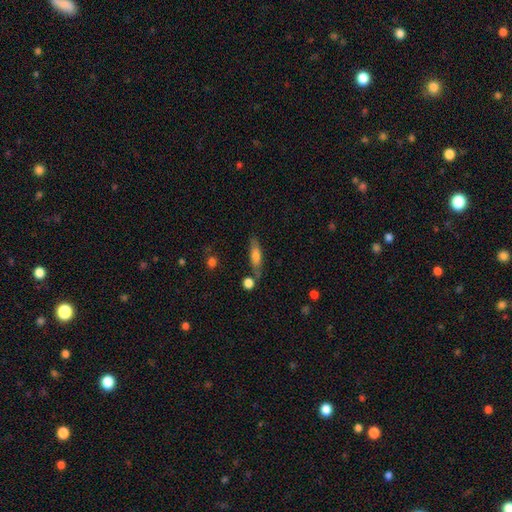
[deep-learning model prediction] This is likely a smooth galaxy (67%). How rounded: possibly cigar-shaped (55%). Merging: likely none (67%).